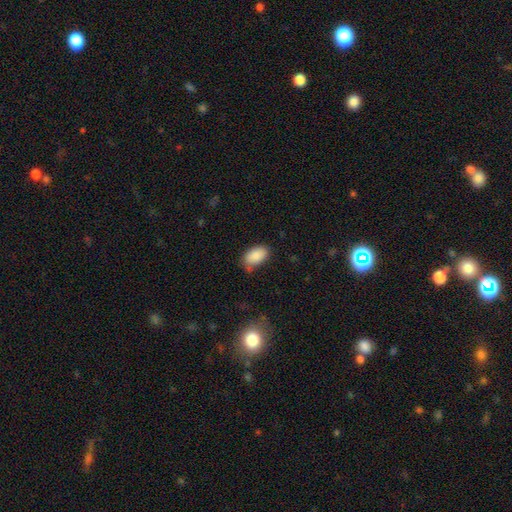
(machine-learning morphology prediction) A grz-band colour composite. It shows a smooth galaxy with no disk features (87%) that is in between round and cigar-shaped (93%). Merging: none (70%).